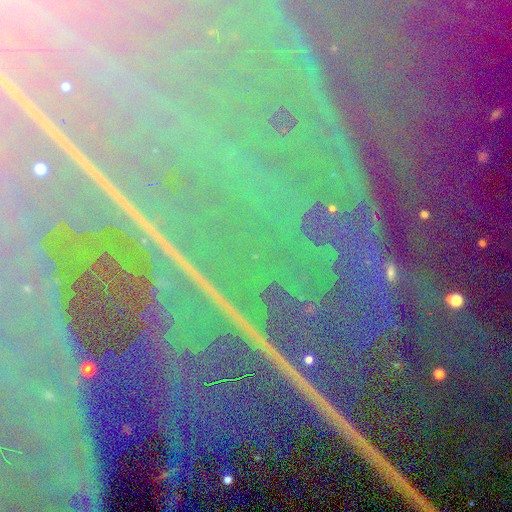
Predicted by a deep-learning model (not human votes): Smooth or featured? Predicted: star or artifact (p=0.89).